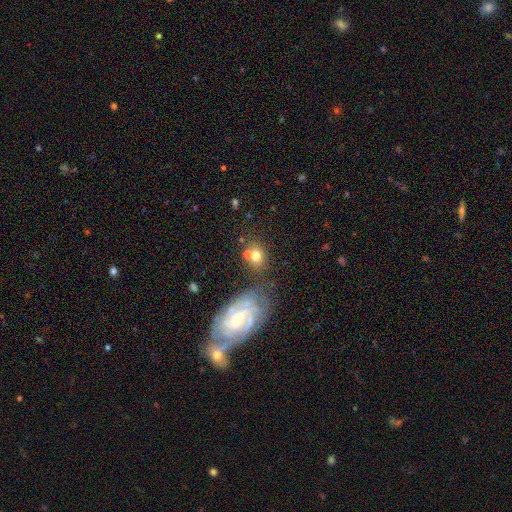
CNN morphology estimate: A smooth galaxy with no disk features (63%) that is round (53%).

Vote fractions:
- Smooth or featured? smooth: 63% / featured or disk: 26% / star or artifact: 11%
- How rounded? round: 53% / in between: 45% / cigar-shaped: 2%
- Merging? none: 59% / merger: 17% / minor disturbance: 16% / major disturbance: 7%